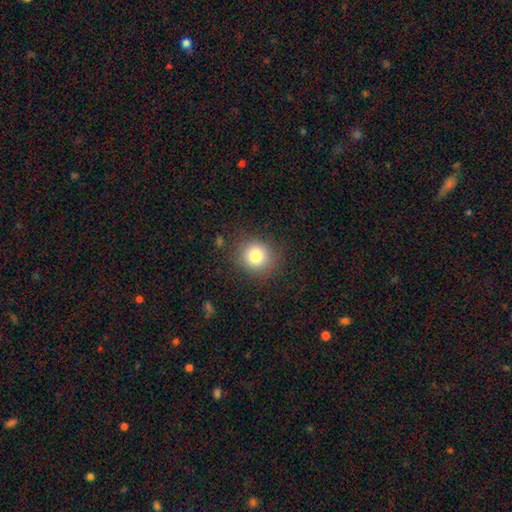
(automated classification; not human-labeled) Overall: smooth (81%). How rounded: round (88%). Merging: none (84%).